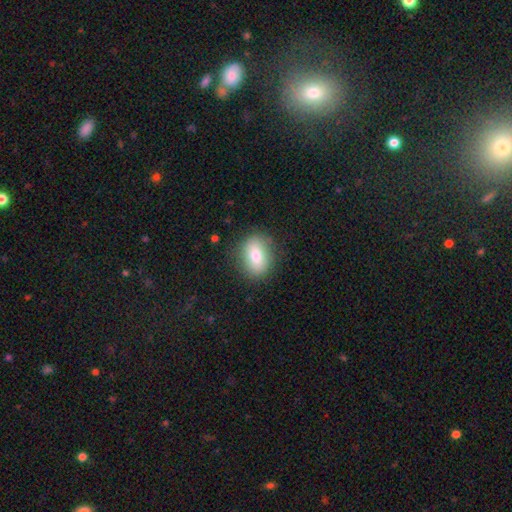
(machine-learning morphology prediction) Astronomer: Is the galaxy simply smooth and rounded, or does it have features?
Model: smooth — 78%.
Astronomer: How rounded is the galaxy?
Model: in between — 71%.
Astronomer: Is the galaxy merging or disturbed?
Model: none — 84%.